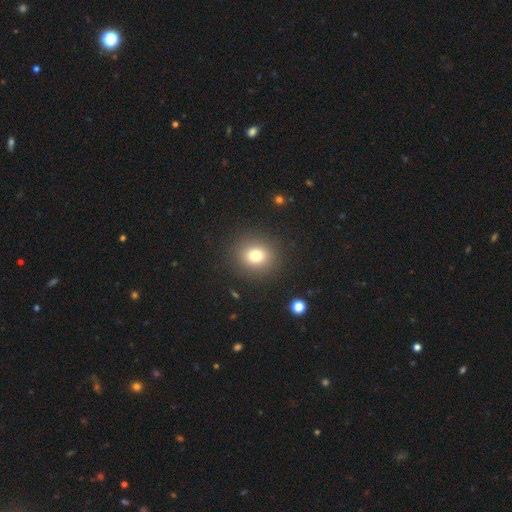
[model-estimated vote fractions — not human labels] smooth-or-featured: smooth: 76% | star or artifact: 14% | featured or disk: 10%
  how-rounded: round: 83% | in between: 16% | cigar-shaped: 1%
  merging: none: 89% | minor disturbance: 6% | major disturbance: 3% | merger: 1%